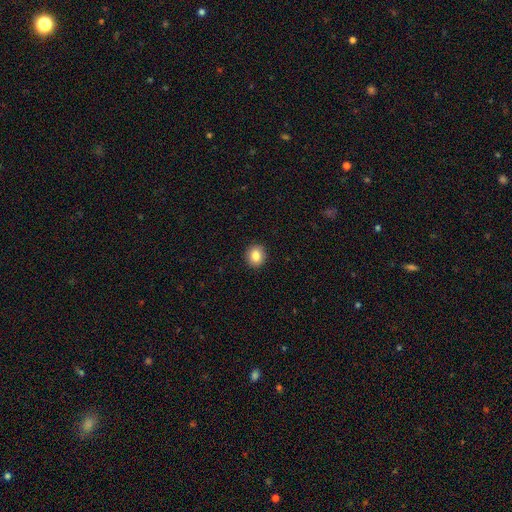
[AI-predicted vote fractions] Overall: smooth (84%). How rounded: round (81%). Merging: none (92%).